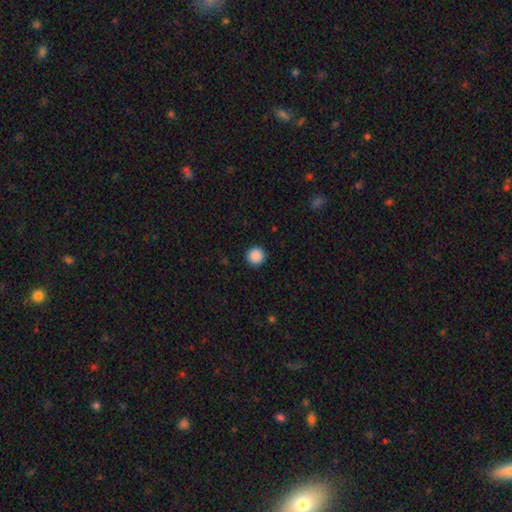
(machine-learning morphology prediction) This is clearly a smooth galaxy (89%). How rounded: clearly round (96%). Merging: clearly none (93%).